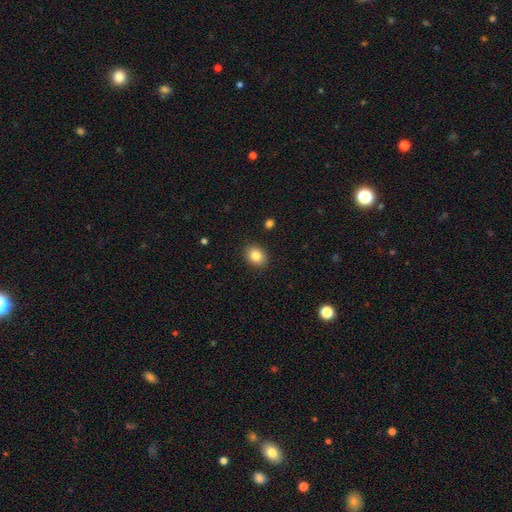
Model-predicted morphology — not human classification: Smooth or featured? Predicted: smooth (p=0.85). How rounded? Predicted: in between (p=0.52). Merging? Predicted: none (p=0.90).